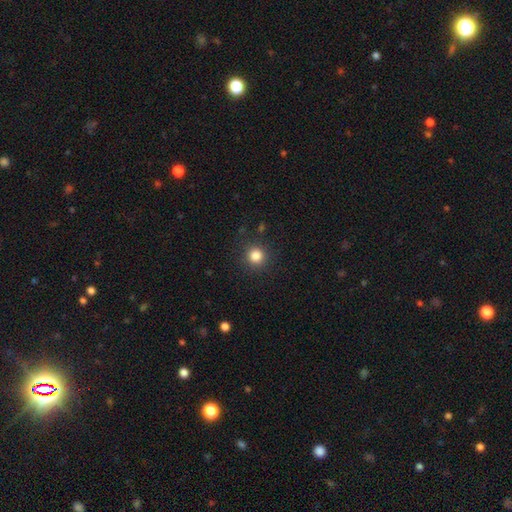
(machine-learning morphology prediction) Smooth or featured? Predicted: smooth (p=0.83). How rounded? Predicted: round (p=0.94). Merging? Predicted: none (p=0.90).